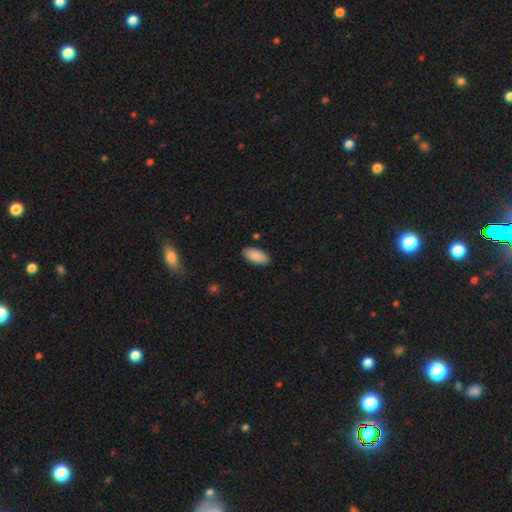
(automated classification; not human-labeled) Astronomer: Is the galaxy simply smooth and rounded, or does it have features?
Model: smooth — 89%.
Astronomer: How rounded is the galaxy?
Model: in between — 92%.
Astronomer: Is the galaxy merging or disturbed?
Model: none — 87%.